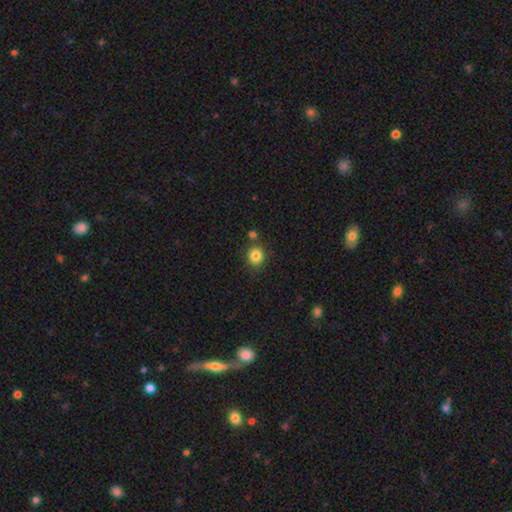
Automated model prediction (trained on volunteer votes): Smooth or featured? Predicted: smooth (p=0.83). How rounded? Predicted: round (p=0.84). Merging? Predicted: none (p=0.80).